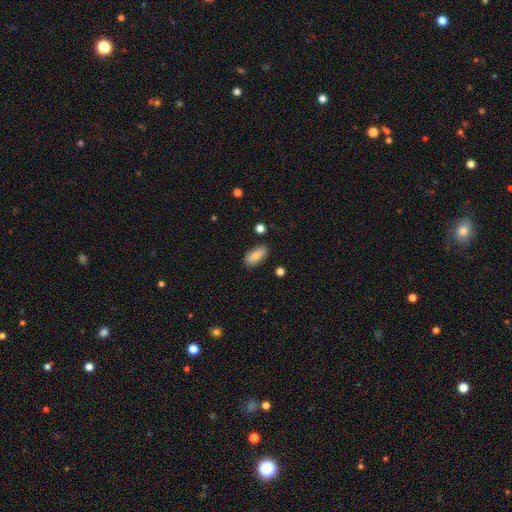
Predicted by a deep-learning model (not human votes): Smooth or featured: smooth — 85% (featured or disk — 9%)
How rounded: in between — 85% (cigar-shaped — 12%)
Merging: none — 84% (minor disturbance — 11%)